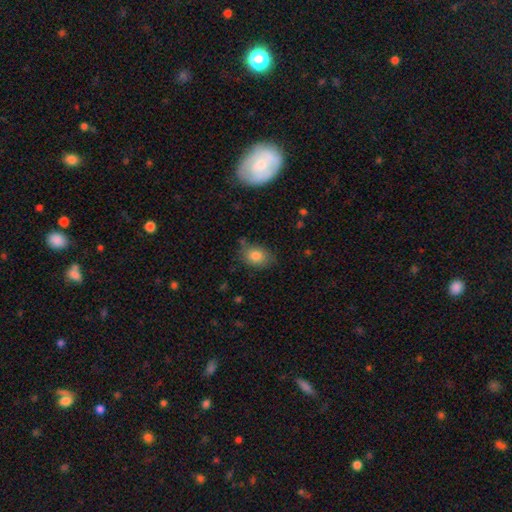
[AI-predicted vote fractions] Q: Smooth or featured?
A: smooth (82%); runner-up: star or artifact (9%)
Q: How rounded?
A: in between (67%); runner-up: round (32%)
Q: Merging?
A: none (72%); runner-up: minor disturbance (20%)